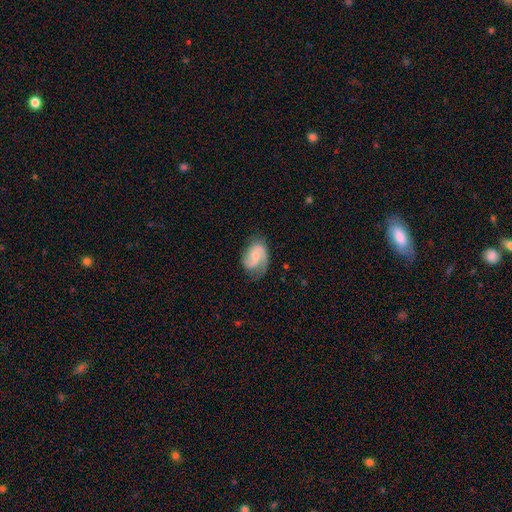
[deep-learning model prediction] Smooth or featured?
  - featured or disk: 73% *
  - smooth: 20%
  - star or artifact: 6%
Edge-on disk?
  - no: 98% *
  - yes: 2%
Bar?
  - weak: 46% *
  - no: 42%
  - strong: 12%
Spiral arms?
  - yes: 94% *
  - no: 6%
Spiral winding?
  - medium: 47% *
  - loose: 31%
  - tight: 22%
Spiral arm count?
  - 2: 71% *
  - 1: 19%
  - can't tell: 6%
  - 3: 2%
  - 4: 1%
  - more than 4: 1%
Bulge size?
  - small: 47% *
  - moderate: 29%
  - none: 20%
  - large: 3%
  - dominant: 1%
Merging?
  - none: 59% *
  - minor disturbance: 25%
  - major disturbance: 14%
  - merger: 2%